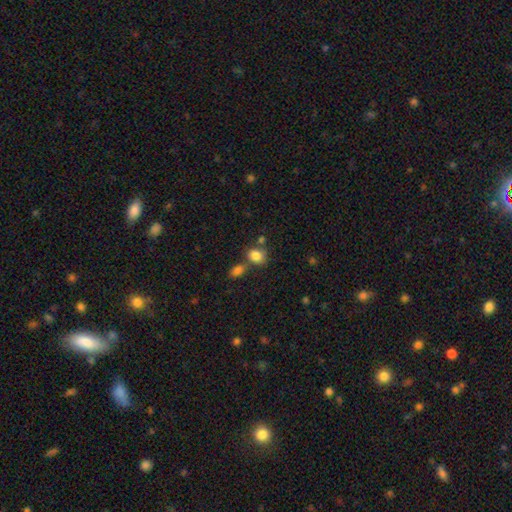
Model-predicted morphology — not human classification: Q: Smooth or featured?
A: smooth (83%); runner-up: star or artifact (10%)
Q: How rounded?
A: round (50%); runner-up: in between (49%)
Q: Merging?
A: none (53%); runner-up: merger (30%)